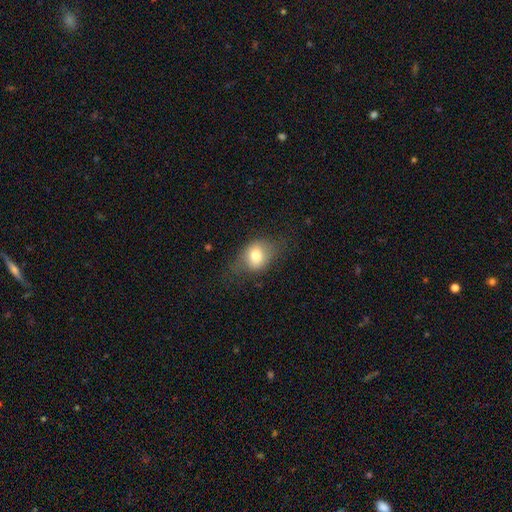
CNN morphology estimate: smooth 70%, featured or disk 21%, star or artifact 9%. Down the decision tree: how rounded — in between (58%); merging — none (59%).